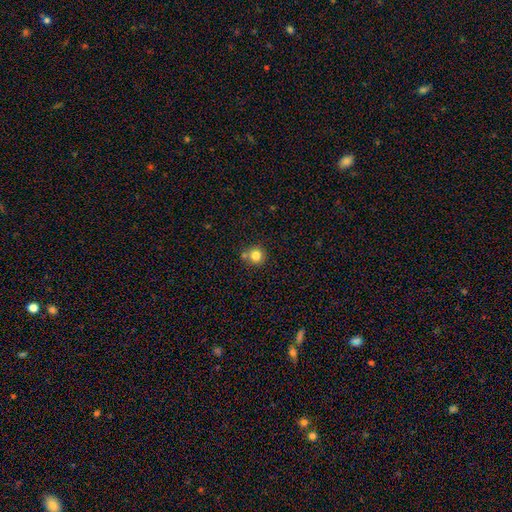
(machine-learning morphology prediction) type=smooth (82%); roundness=round (92%); merging=none (72%).